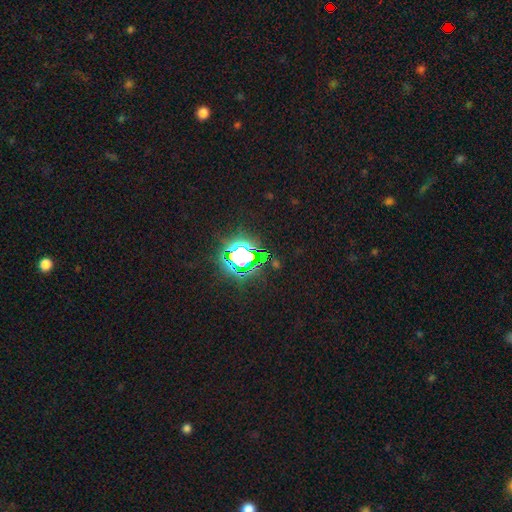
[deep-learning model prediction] star or artifact 77%, smooth 14%, featured or disk 9%.